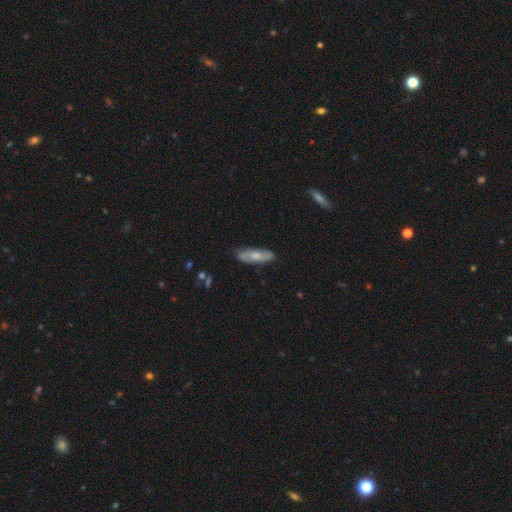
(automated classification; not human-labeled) Overall: smooth (51%; featured or disk 43%). How rounded: cigar-shaped (51%; in between 46%). Merging: none (83%).